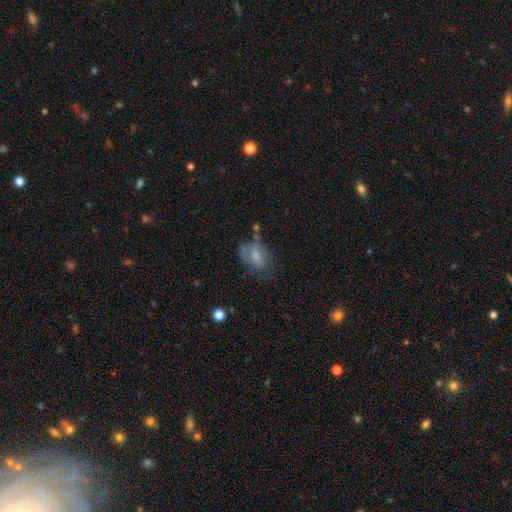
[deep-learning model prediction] Smooth or featured?
  - smooth: 61% *
  - featured or disk: 28%
  - star or artifact: 10%
How rounded?
  - in between: 85% *
  - round: 11%
  - cigar-shaped: 4%
Merging?
  - none: 38% *
  - minor disturbance: 29%
  - major disturbance: 24%
  - merger: 9%